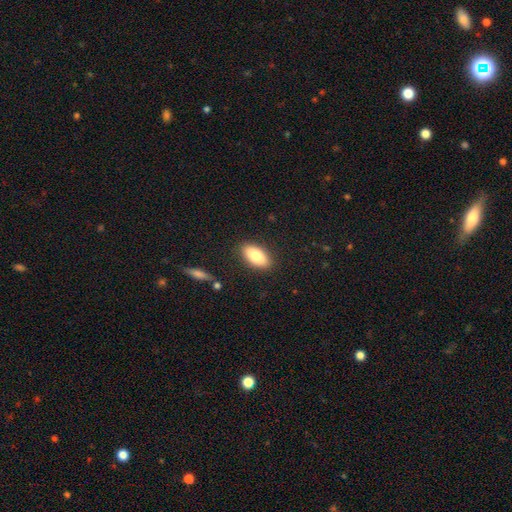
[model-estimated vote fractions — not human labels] A smooth galaxy with no disk features (83%) that is in between round and cigar-shaped (90%). Merging: none (86%).